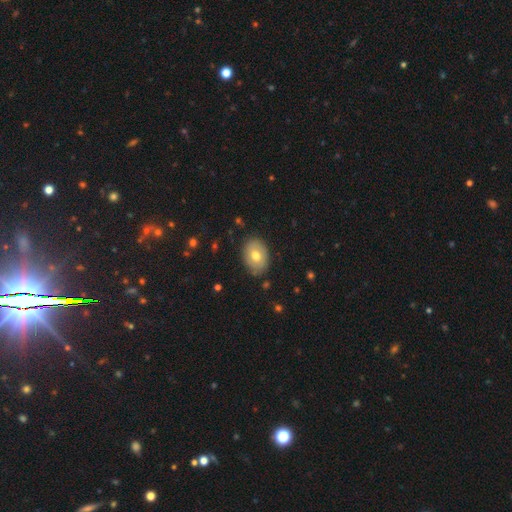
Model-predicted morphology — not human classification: Smooth or featured? smooth (69%)
How rounded? in between (76%)
Merging? none (83%)